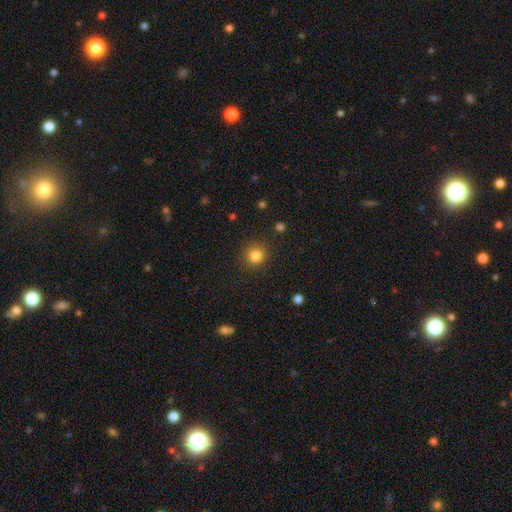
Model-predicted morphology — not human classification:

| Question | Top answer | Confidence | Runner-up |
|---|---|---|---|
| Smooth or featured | smooth | 83% | star or artifact (12%) |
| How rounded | round | 89% | in between (10%) |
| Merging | none | 87% | minor disturbance (8%) |